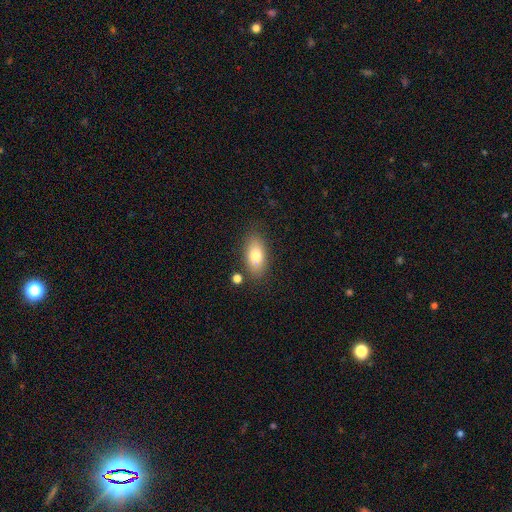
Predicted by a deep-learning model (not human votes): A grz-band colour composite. It shows a smooth galaxy with no disk features (76%) that is in between round and cigar-shaped (87%). Merging: none (78%).